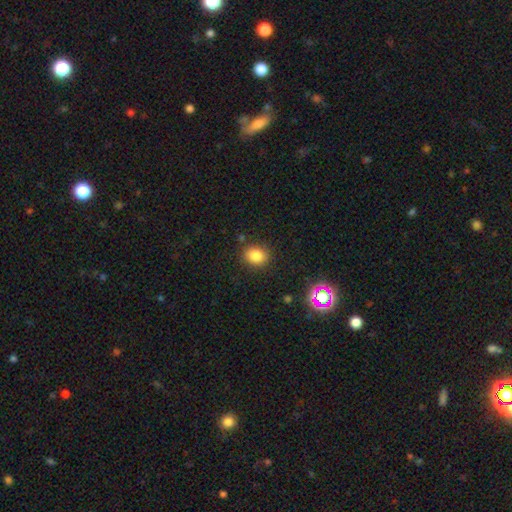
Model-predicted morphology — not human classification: This is clearly a smooth galaxy (82%). How rounded: possibly round (57%). Merging: clearly none (84%).